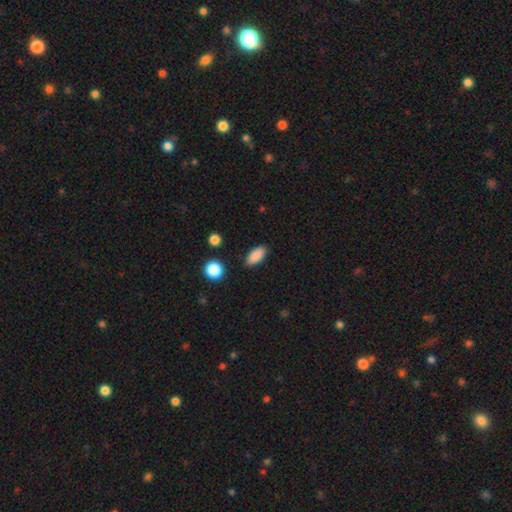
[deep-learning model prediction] Smooth or featured?
  - smooth: 88% *
  - star or artifact: 8%
  - featured or disk: 4%
How rounded?
  - in between: 89% *
  - cigar-shaped: 7%
  - round: 4%
Merging?
  - none: 87% *
  - minor disturbance: 9%
  - major disturbance: 2%
  - merger: 2%